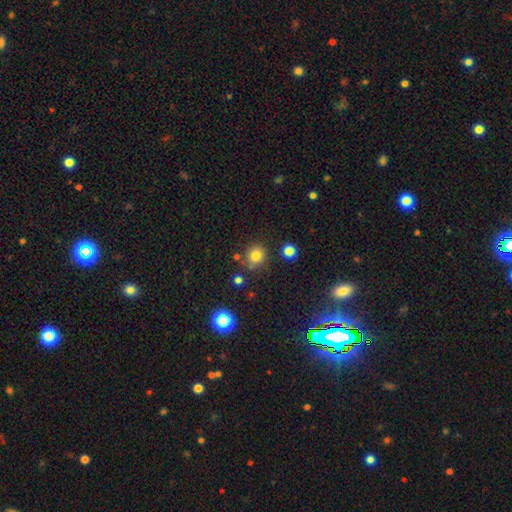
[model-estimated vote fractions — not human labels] Smooth or featured?
  - smooth: 81% *
  - star or artifact: 13%
  - featured or disk: 6%
How rounded?
  - round: 89% *
  - in between: 10%
  - cigar-shaped: 1%
Merging?
  - none: 80% *
  - minor disturbance: 11%
  - merger: 5%
  - major disturbance: 3%